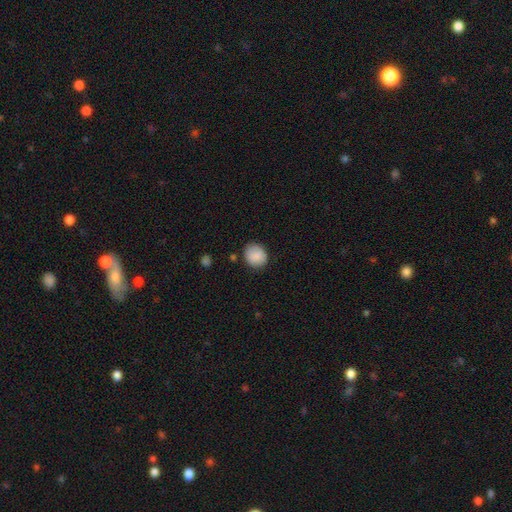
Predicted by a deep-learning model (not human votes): A smooth galaxy with no disk features (87%) that is round (75%).

Vote fractions:
- Smooth or featured? smooth: 87% / star or artifact: 8% / featured or disk: 5%
- How rounded? round: 75% / in between: 24% / cigar-shaped: 1%
- Merging? none: 82% / minor disturbance: 13% / major disturbance: 3% / merger: 2%